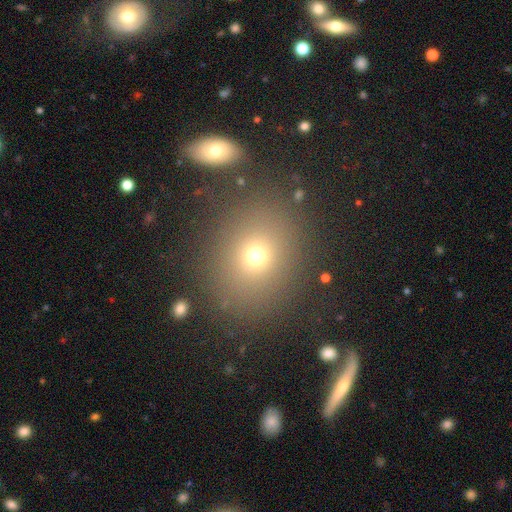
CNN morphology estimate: smooth 69%, star or artifact 19%, featured or disk 11%. Down the decision tree: how rounded — round (65%); merging — none (80%).